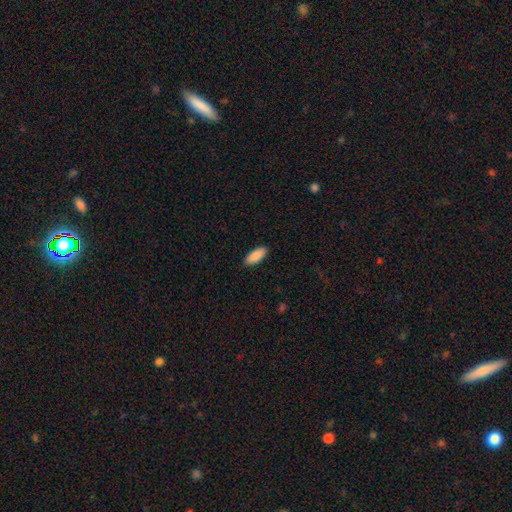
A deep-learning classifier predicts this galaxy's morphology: Smooth or featured: smooth — 90% (star or artifact — 6%)
How rounded: in between — 82% (cigar-shaped — 16%)
Merging: none — 90% (minor disturbance — 7%)